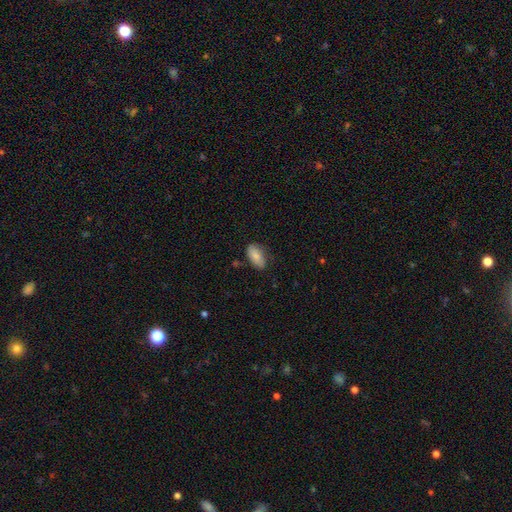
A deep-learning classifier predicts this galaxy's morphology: smooth-or-featured: smooth: 83% | featured or disk: 10% | star or artifact: 7%
  how-rounded: in between: 93% | cigar-shaped: 4% | round: 3%
  merging: none: 77% | minor disturbance: 17% | major disturbance: 3% | merger: 2%